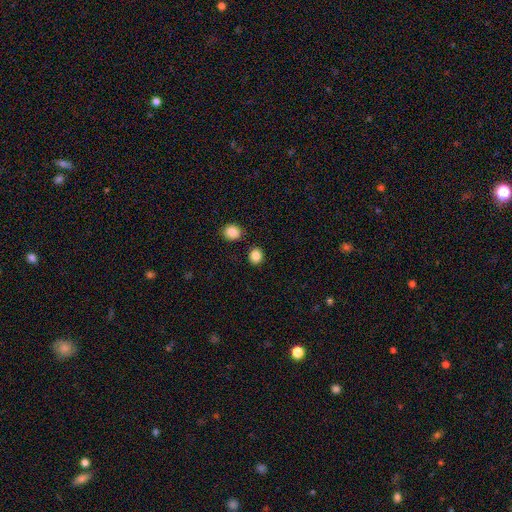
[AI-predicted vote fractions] This appears to be a smooth galaxy with no disk features (85%) that is round (83%). Merging: none (87%).